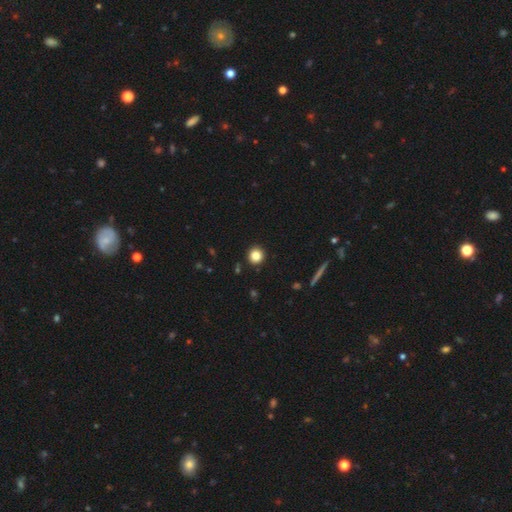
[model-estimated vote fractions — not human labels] Smooth or featured? smooth (84%)
How rounded? round (94%)
Merging? none (92%)